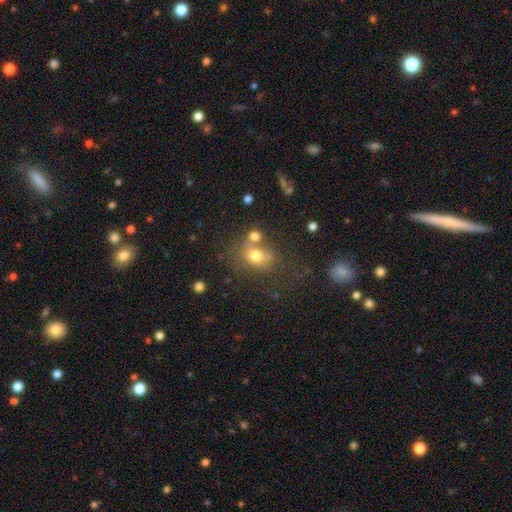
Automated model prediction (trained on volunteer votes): Smooth or featured: smooth — 71% (star or artifact — 14%)
How rounded: in between — 51% (round — 48%)
Merging: none — 47% (merger — 28%)